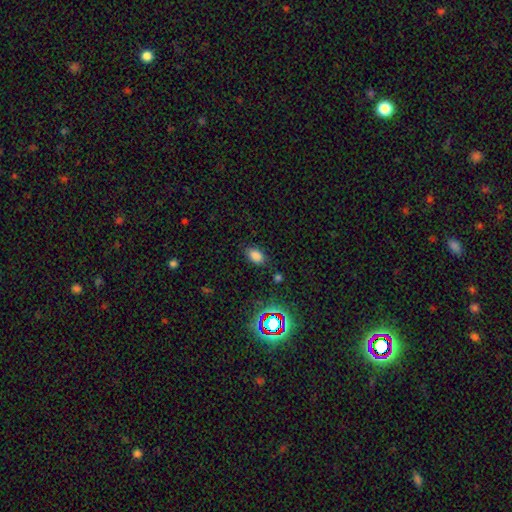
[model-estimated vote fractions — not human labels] Q: Smooth or featured?
A: smooth (77%); runner-up: star or artifact (17%)
Q: How rounded?
A: in between (86%); runner-up: round (12%)
Q: Merging?
A: none (80%); runner-up: minor disturbance (14%)